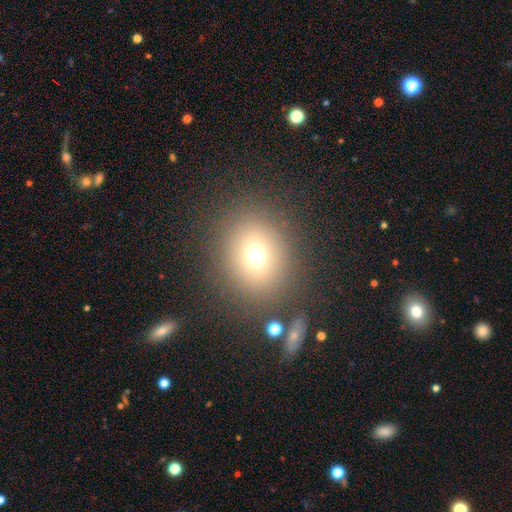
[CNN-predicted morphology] Smooth or featured? smooth (70%)
How rounded? round (67%)
Merging? none (80%)